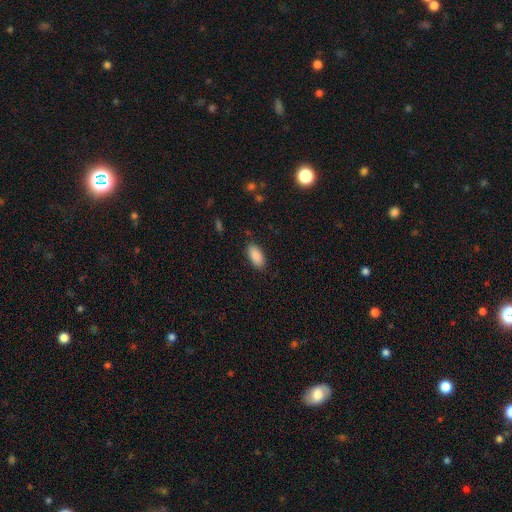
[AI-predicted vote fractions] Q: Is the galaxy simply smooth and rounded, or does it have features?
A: smooth — 89%.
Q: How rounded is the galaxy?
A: in between — 92%.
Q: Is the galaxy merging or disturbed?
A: none — 86%.